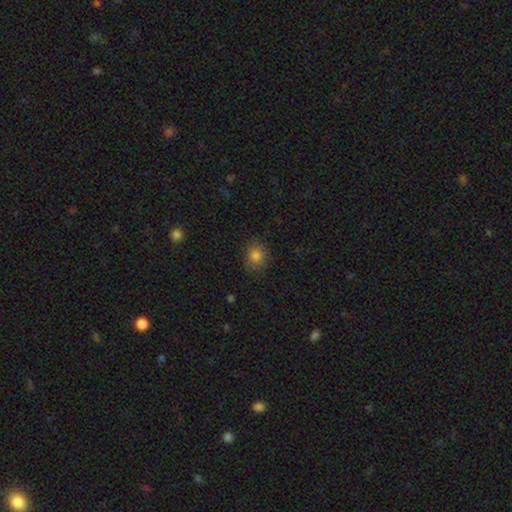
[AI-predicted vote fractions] Smooth or featured? smooth (82%)
How rounded? round (66%)
Merging? none (82%)